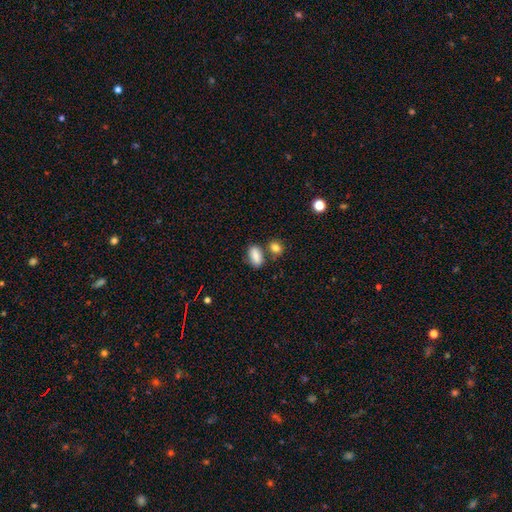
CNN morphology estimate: Smooth or featured: smooth — 84% (star or artifact — 8%)
How rounded: in between — 86% (round — 8%)
Merging: none — 60% (merger — 19%)